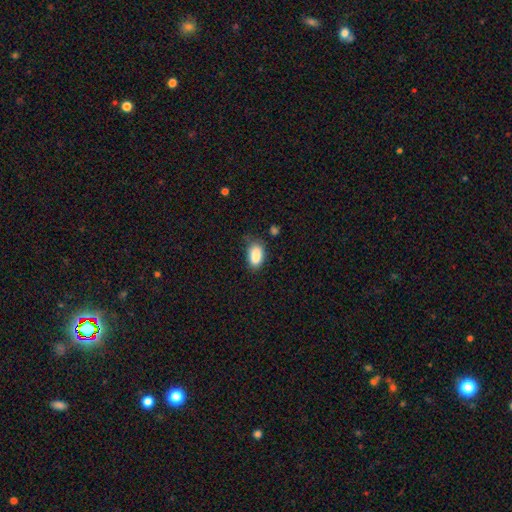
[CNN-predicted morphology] Smooth or featured?
  - smooth: 88% *
  - star or artifact: 8%
  - featured or disk: 5%
How rounded?
  - in between: 91% *
  - round: 7%
  - cigar-shaped: 2%
Merging?
  - none: 68% *
  - minor disturbance: 24%
  - major disturbance: 5%
  - merger: 3%